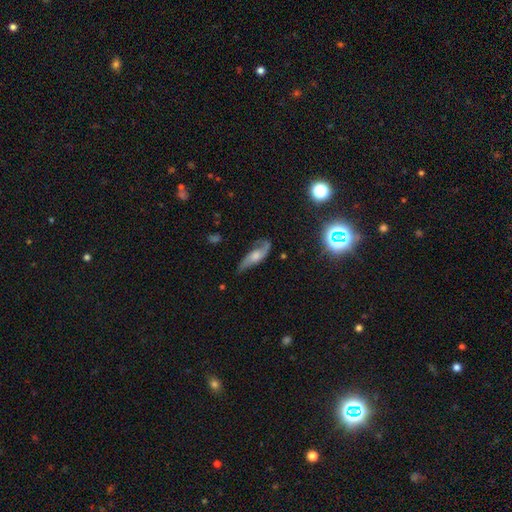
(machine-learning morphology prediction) Q: Smooth or featured?
A: featured or disk (68%); runner-up: smooth (24%)
Q: Edge-on disk?
A: no (80%); runner-up: yes (20%)
Q: Bar?
A: no (63%); runner-up: weak (30%)
Q: Spiral arms?
A: yes (90%); runner-up: no (10%)
Q: Bulge size?
A: moderate (45%); runner-up: small (25%)
Q: Merging?
A: none (63%); runner-up: minor disturbance (24%)